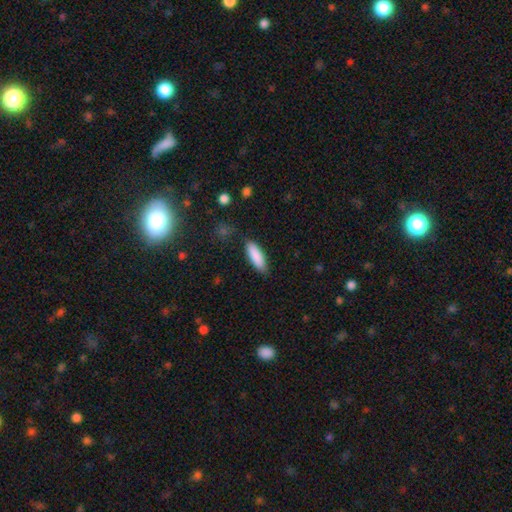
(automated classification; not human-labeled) This is clearly a smooth galaxy (88%). How rounded: possibly in between (53%). Merging: clearly none (85%).